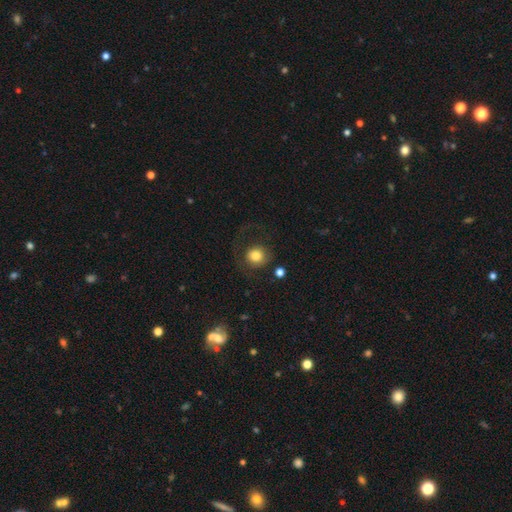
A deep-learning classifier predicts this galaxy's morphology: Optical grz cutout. It shows a smooth galaxy with no disk features (77%) that is round (88%). Merging: none (58%).